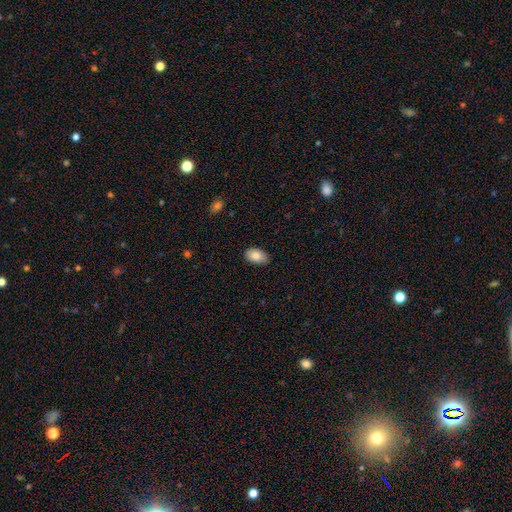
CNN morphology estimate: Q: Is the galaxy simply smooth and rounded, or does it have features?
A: smooth — 85%.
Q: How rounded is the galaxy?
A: in between — 90%.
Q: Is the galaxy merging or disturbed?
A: none — 84%.